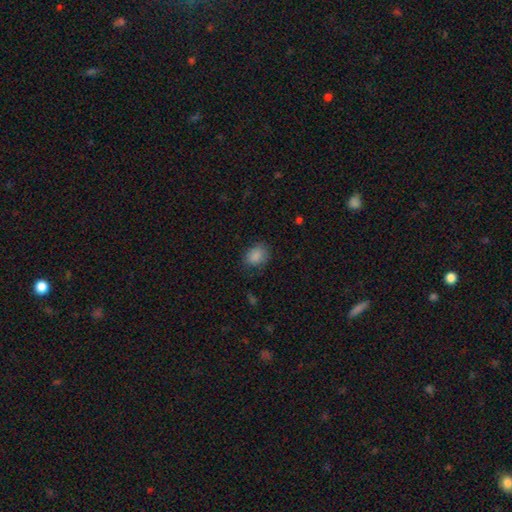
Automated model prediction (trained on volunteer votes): Smooth or featured?
  - smooth: 86% *
  - star or artifact: 9%
  - featured or disk: 5%
How rounded?
  - in between: 60% *
  - round: 39%
  - cigar-shaped: 1%
Merging?
  - none: 74% *
  - minor disturbance: 19%
  - major disturbance: 5%
  - merger: 1%